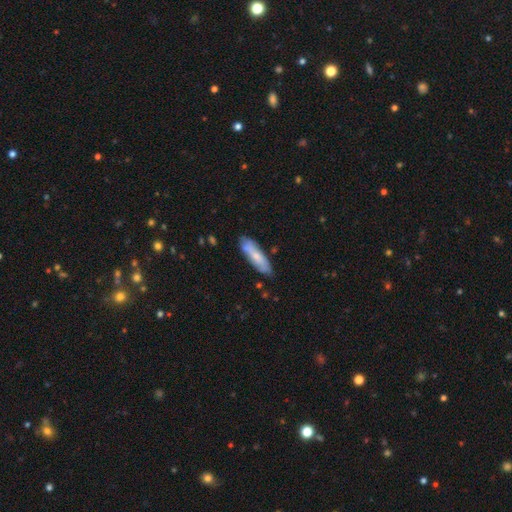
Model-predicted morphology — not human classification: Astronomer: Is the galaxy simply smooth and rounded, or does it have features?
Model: smooth — 59% (runner-up: featured or disk, 35%).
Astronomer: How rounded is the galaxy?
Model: cigar-shaped — 60% (runner-up: in between, 39%).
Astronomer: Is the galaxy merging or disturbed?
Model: none — 74%.